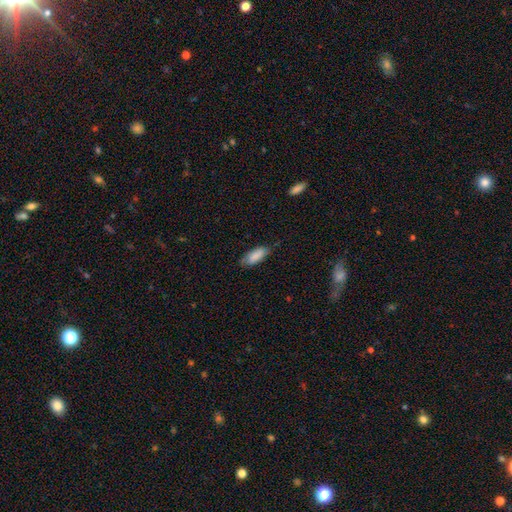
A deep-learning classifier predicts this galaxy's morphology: This appears to be a smooth galaxy with no disk features (86%) that is in between round and cigar-shaped (75%). Merging: none (73%).